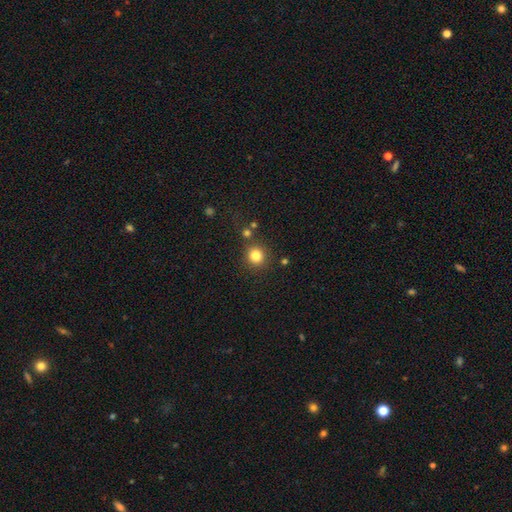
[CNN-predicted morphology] Smooth or featured? Predicted: smooth (p=0.82). How rounded? Predicted: round (p=0.90). Merging? Predicted: none (p=0.83).